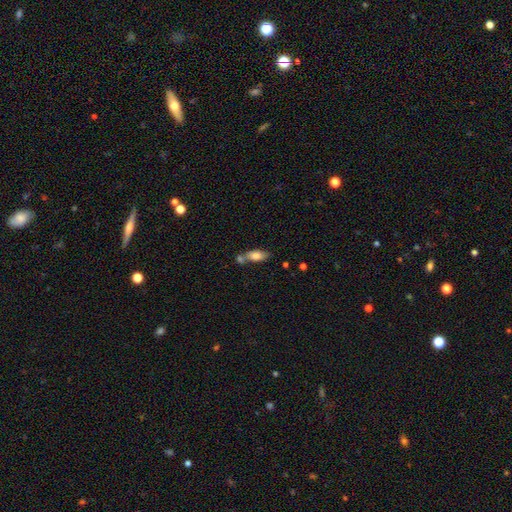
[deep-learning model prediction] Q: Smooth or featured?
A: smooth (74%); runner-up: featured or disk (18%)
Q: How rounded?
A: in between (78%); runner-up: cigar-shaped (18%)
Q: Merging?
A: none (42%); runner-up: merger (38%)